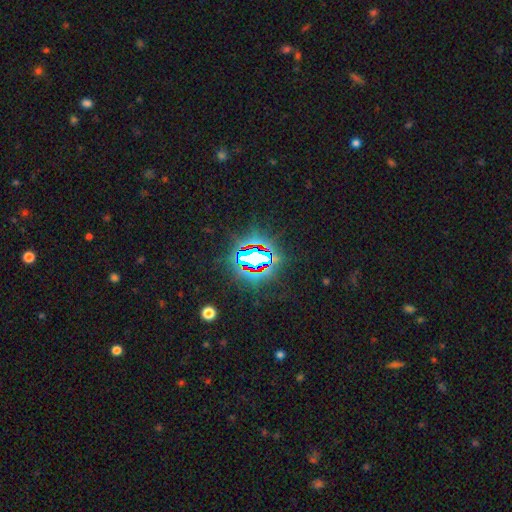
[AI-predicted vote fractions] Overall: star or artifact (77%).